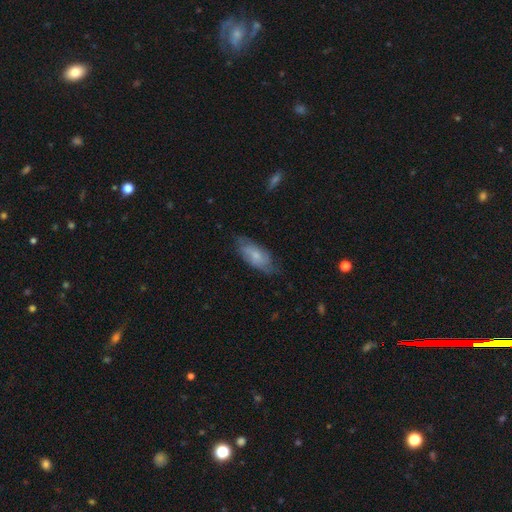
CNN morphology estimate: Smooth or featured? Predicted: smooth (p=0.64). How rounded? Predicted: in between (p=0.80). Merging? Predicted: none (p=0.67).